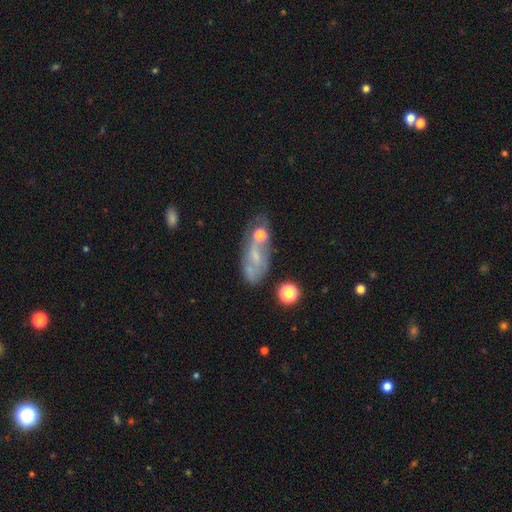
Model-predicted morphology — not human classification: Q: Smooth or featured?
A: featured or disk (52%); runner-up: smooth (35%)
Q: Edge-on disk?
A: no (88%); runner-up: yes (12%)
Q: Merging?
A: none (44%); runner-up: minor disturbance (21%)